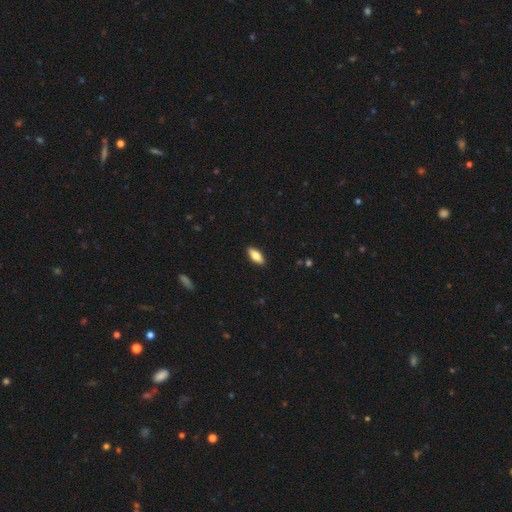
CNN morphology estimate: Overall: smooth (78%). How rounded: in between (84%). Merging: none (90%).